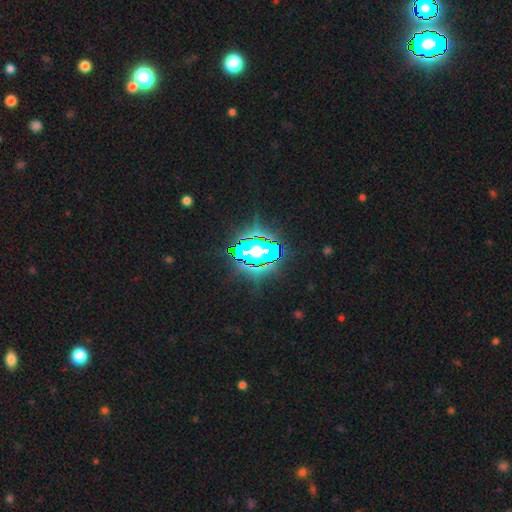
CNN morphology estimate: Smooth or featured? Predicted: star or artifact (p=0.85).